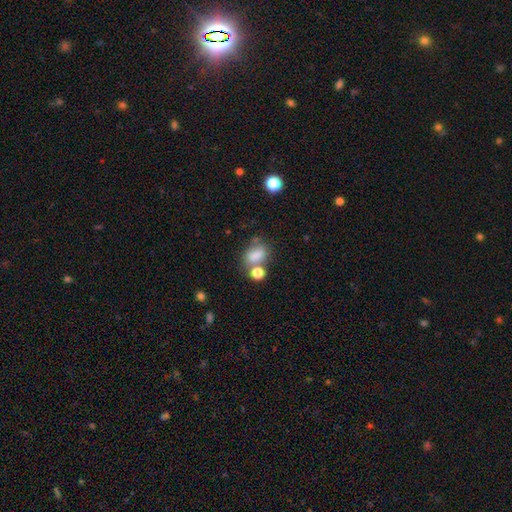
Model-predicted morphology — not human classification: A smooth galaxy with no disk features (77%) that is in between round and cigar-shaped (73%). Merging: none (43%).